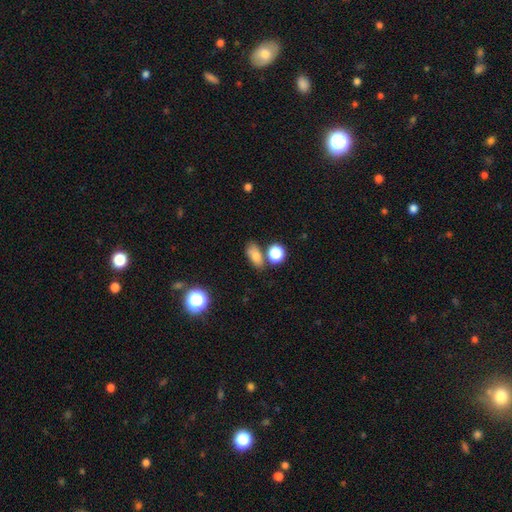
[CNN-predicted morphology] type=smooth (76%); roundness=in between (80%); merging=none (66%).